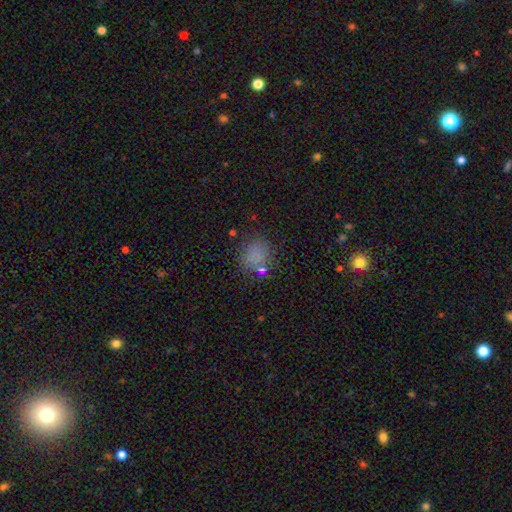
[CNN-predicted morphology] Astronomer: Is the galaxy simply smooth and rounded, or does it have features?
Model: smooth — 72%.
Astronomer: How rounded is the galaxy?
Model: round — 70%.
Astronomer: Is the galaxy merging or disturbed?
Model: none — 72%.